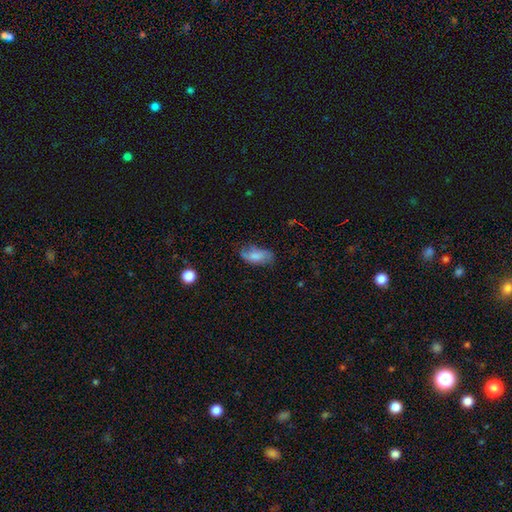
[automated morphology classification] A smooth galaxy with no disk features (71%) that is in between round and cigar-shaped (90%). Merging: none (58%).